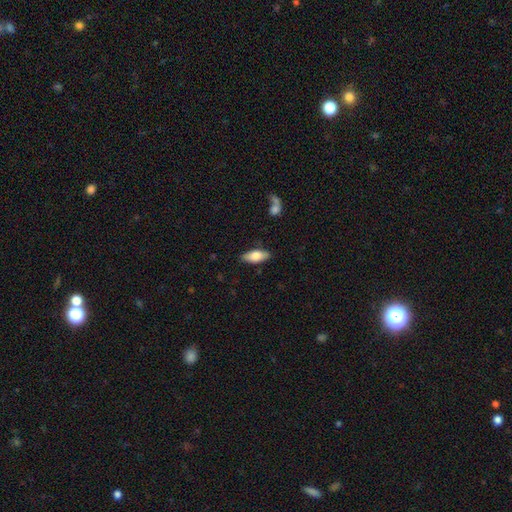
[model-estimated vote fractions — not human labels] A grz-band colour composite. It shows a smooth galaxy with no disk features (74%) that is in between round and cigar-shaped (81%). Merging: none (83%).